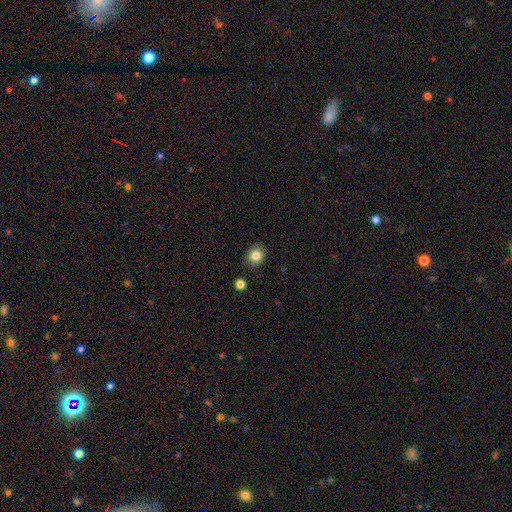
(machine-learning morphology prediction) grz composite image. It shows a smooth galaxy with no disk features (84%) that is round (70%). Merging: none (86%).